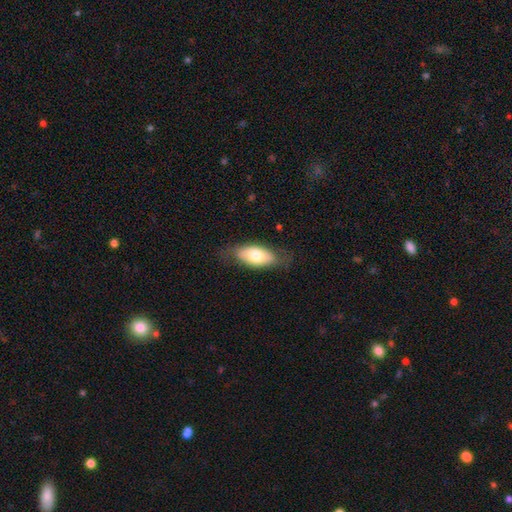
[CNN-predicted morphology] smooth 67%, featured or disk 27%, star or artifact 6%. Down the decision tree: how rounded — in between (90%); merging — none (76%).